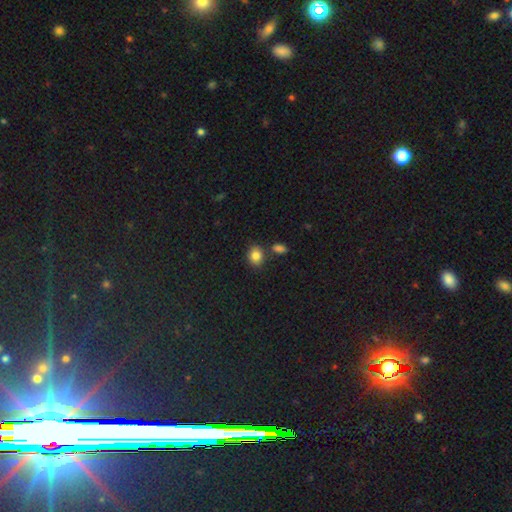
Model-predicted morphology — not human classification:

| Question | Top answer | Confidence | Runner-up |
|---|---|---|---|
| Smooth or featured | smooth | 84% | star or artifact (10%) |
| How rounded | round | 57% | in between (42%) |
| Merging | none | 74% | merger (11%) |